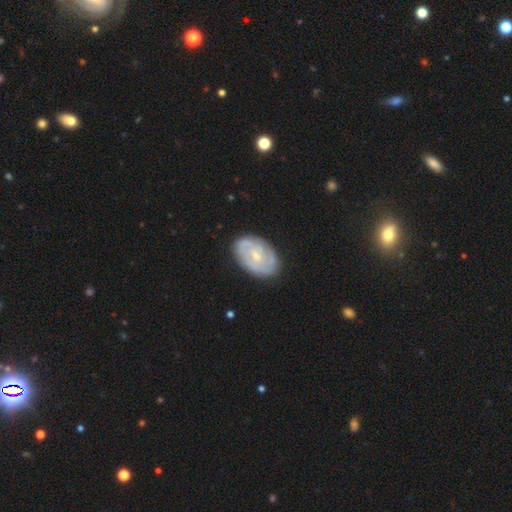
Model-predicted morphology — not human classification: This appears to be a featured or disk galaxy (73%) with no bar (58%), 2 (40%) tight (63%) spiral arms (84%) and a small central bulge (62%). Merging: none (80%).